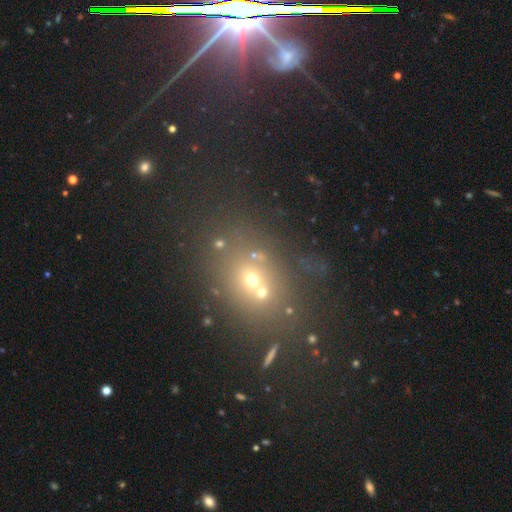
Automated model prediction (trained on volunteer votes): This is possibly a smooth galaxy (47%). Merging: possibly none (55%).